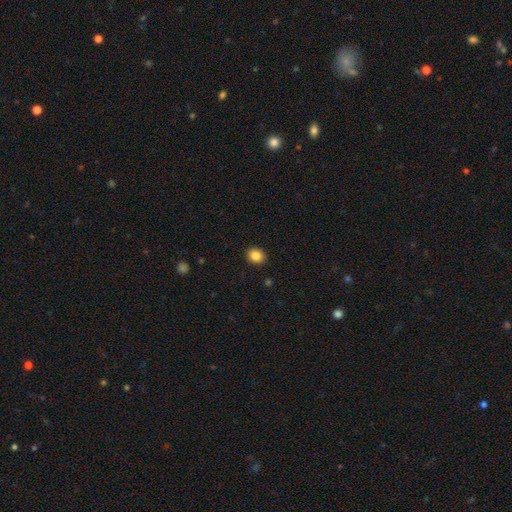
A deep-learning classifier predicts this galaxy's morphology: Smooth or featured? smooth (85%)
How rounded? round (63%)
Merging? none (92%)